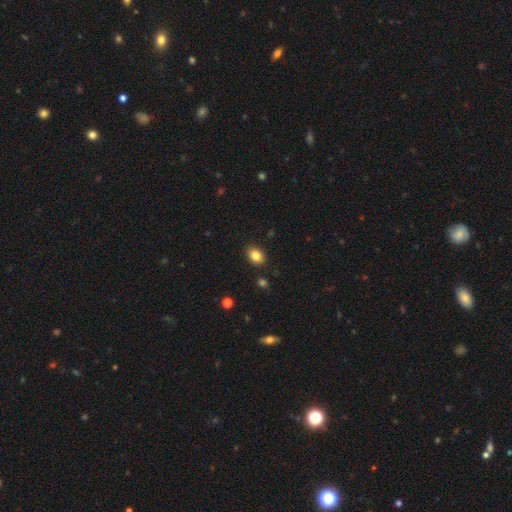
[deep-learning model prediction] Smooth or featured? smooth (85%)
How rounded? in between (70%)
Merging? none (88%)